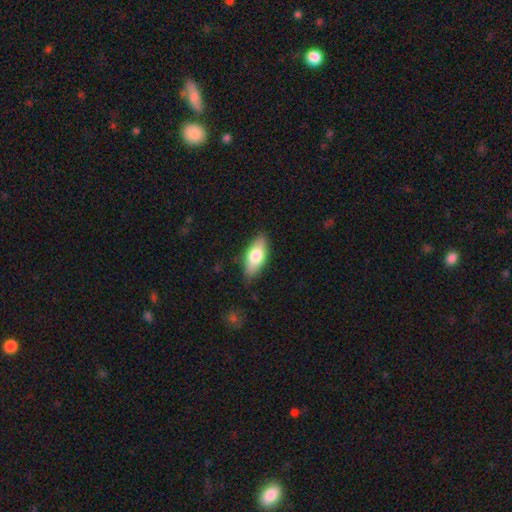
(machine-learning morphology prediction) Overall: smooth (71%). How rounded: in between (83%). Merging: none (82%).